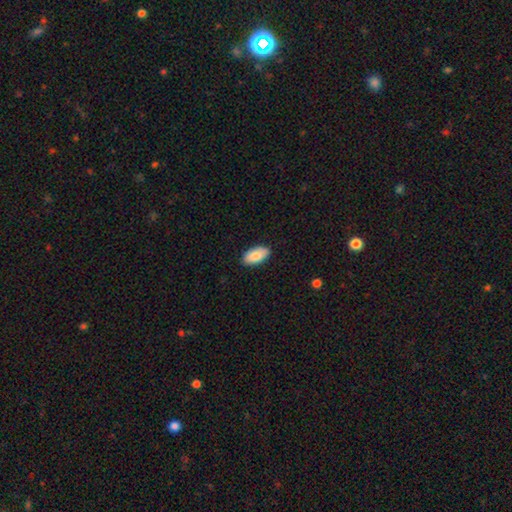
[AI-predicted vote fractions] smooth 84%, featured or disk 10%, star or artifact 6%. Down the decision tree: how rounded — in between (95%); merging — none (88%).